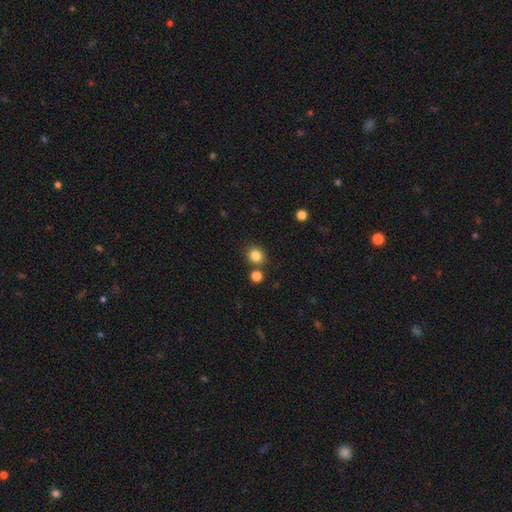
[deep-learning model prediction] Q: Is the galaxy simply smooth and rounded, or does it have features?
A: smooth — 84%.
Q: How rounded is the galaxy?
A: round — 76%.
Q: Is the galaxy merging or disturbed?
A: none — 78%.